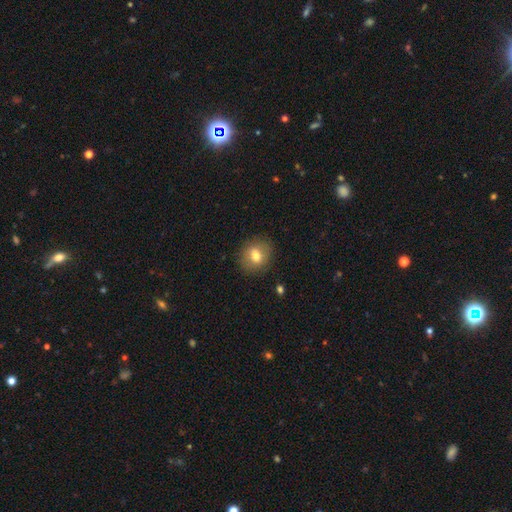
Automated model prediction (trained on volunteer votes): This is likely a smooth galaxy (73%). How rounded: likely round (66%). Merging: clearly none (86%).